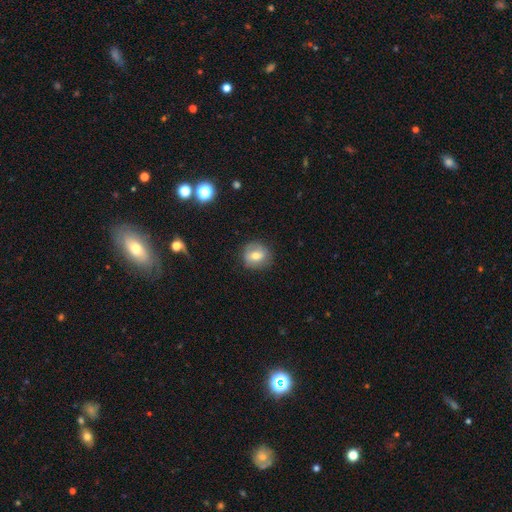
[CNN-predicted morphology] Smooth or featured? Predicted: smooth (p=0.56). How rounded? Predicted: round (p=0.81). Merging? Predicted: none (p=0.82).